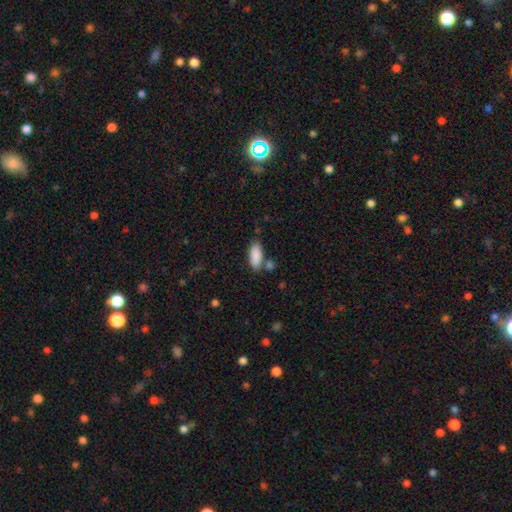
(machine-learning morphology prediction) type=smooth (89%); roundness=in between (84%); merging=none (68%).